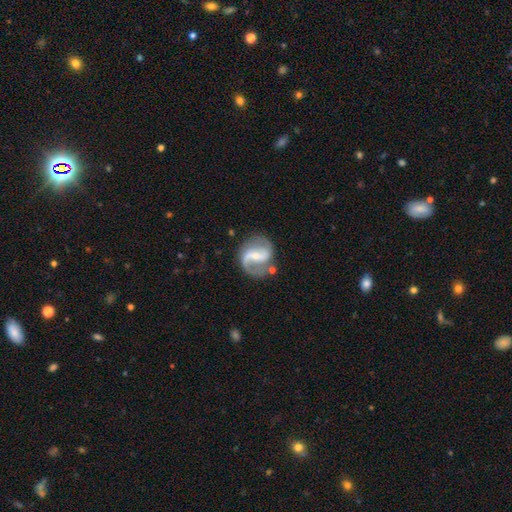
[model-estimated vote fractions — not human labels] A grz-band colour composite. It shows a featured or disk galaxy (87%) with a weak bar (44%), 2 (87%) medium (45%) spiral arms (95%) and a small central bulge (58%). Merging: none (70%).